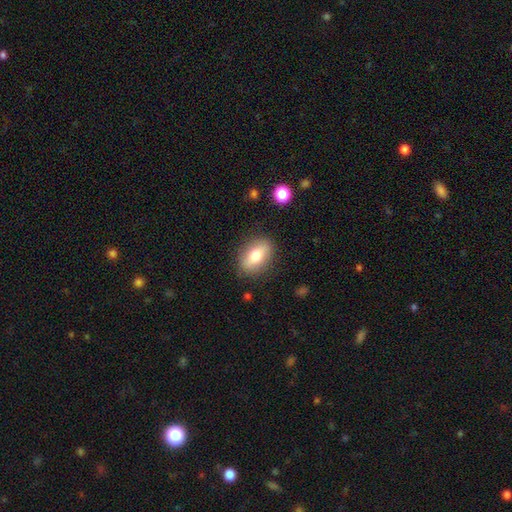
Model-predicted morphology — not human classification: This is likely a smooth galaxy (71%). How rounded: clearly in between (82%). Merging: clearly none (85%).